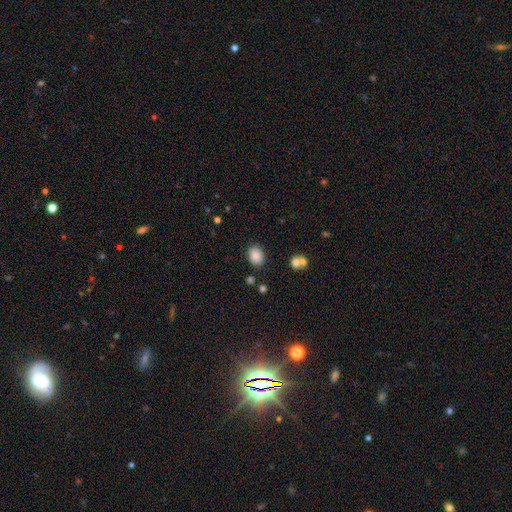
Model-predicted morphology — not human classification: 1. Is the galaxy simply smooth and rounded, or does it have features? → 86% smooth, 9% star or artifact, 4% featured or disk.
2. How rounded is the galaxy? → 64% in between, 35% round, 1% cigar-shaped.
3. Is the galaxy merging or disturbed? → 82% none, 11% minor disturbance, 3% merger, 3% major disturbance.